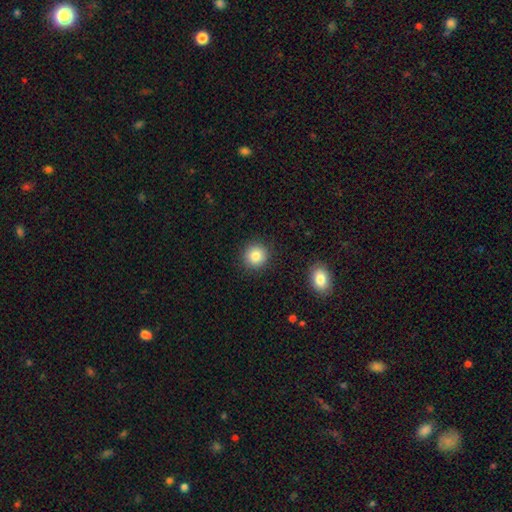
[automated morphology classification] This is clearly a smooth galaxy (85%). How rounded: clearly round (93%). Merging: clearly none (90%).